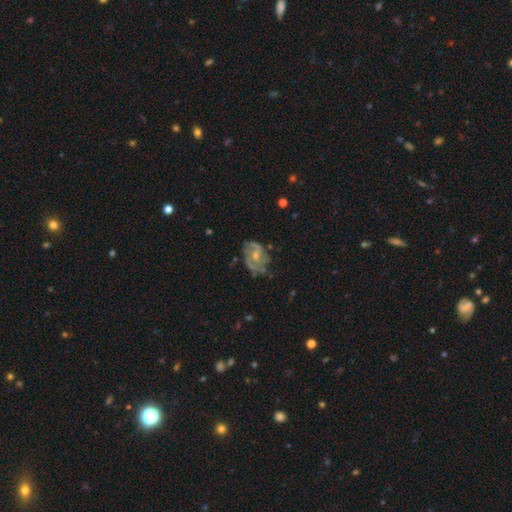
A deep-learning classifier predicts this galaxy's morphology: The model was most divided on "bulge size": small: 51%, moderate: 42%, none: 5%, large: 2%, dominant: 1%. Remaining: edge-on disk — no (97%); spiral arms — yes (86%); smooth or featured — featured or disk (77%); spiral arm count — 2 (63%); merging — none (59%); bar — no (52%); spiral winding — medium (49%).